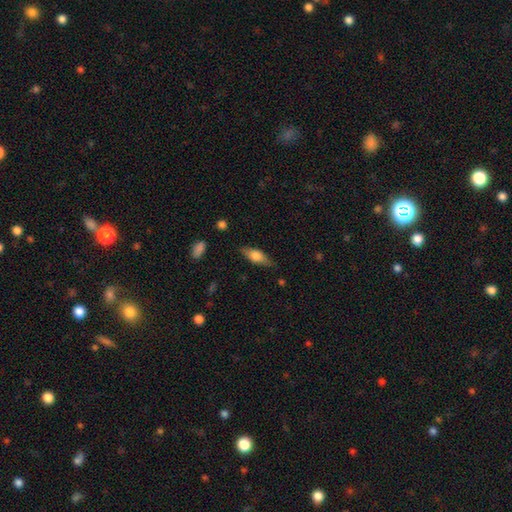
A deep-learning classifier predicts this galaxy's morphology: A smooth galaxy with no disk features (58%) that is in between round and cigar-shaped (68%).

Vote fractions:
- Smooth or featured? smooth: 58% / featured or disk: 36% / star or artifact: 7%
- How rounded? in between: 68% / cigar-shaped: 28% / round: 4%
- Merging? none: 78% / minor disturbance: 17% / major disturbance: 4% / merger: 1%